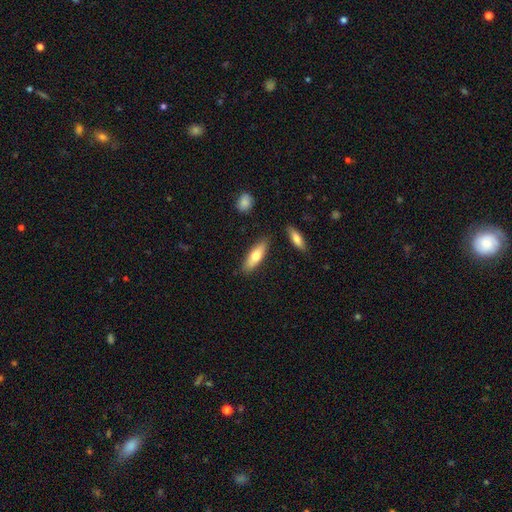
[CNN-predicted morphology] smooth_or_featured: smooth (p=0.69) [alt: featured or disk p=0.26]
how_rounded: in between (p=0.49) [alt: cigar-shaped p=0.48]
merging: none (p=0.84) [alt: minor disturbance p=0.11]